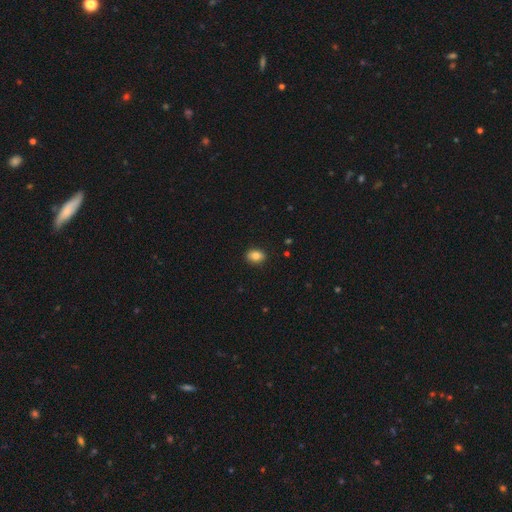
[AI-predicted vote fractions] The model was most divided on "how rounded": in between: 72%, round: 26%, cigar-shaped: 1%. More confident: merging — none (88%); smooth or featured — smooth (83%).